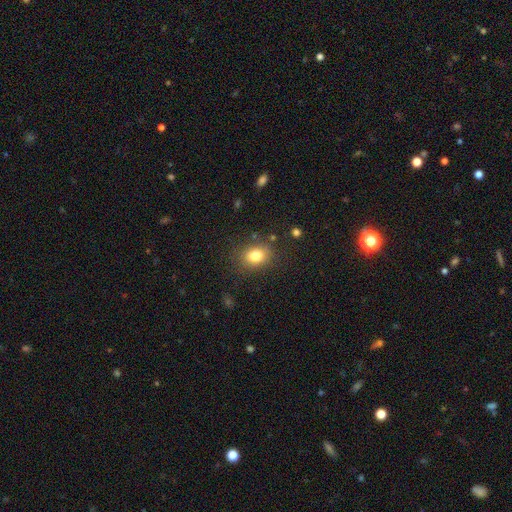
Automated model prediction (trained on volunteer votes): A smooth galaxy with no disk features (80%) that is in between round and cigar-shaped (55%).

Vote fractions:
- Smooth or featured? smooth: 80% / star or artifact: 11% / featured or disk: 9%
- How rounded? in between: 55% / round: 44% / cigar-shaped: 1%
- Merging? none: 83% / minor disturbance: 11% / major disturbance: 4% / merger: 2%